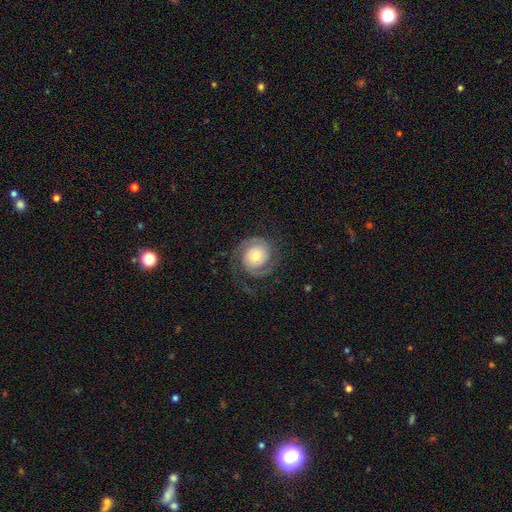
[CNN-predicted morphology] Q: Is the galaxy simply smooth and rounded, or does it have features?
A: featured or disk — 81%.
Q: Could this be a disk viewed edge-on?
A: no — 98%.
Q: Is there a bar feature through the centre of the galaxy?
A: no — 74%.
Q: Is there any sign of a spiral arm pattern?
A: yes — 96%.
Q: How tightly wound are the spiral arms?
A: tight — 53%.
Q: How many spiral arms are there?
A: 2 — 85%.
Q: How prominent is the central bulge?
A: moderate — 50%.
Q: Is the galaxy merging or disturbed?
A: none — 75%.